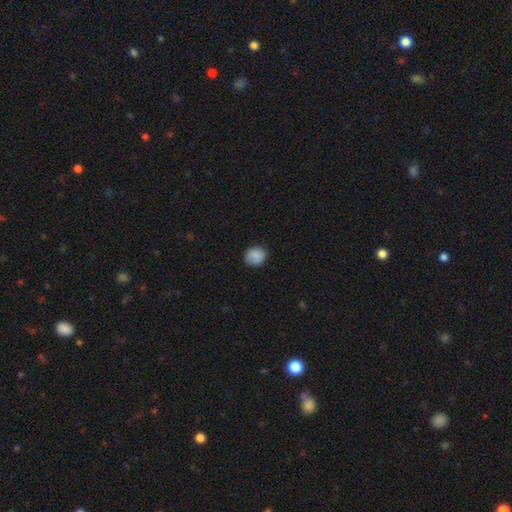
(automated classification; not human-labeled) This is clearly a smooth galaxy (85%). How rounded: likely round (74%). Merging: clearly none (83%).